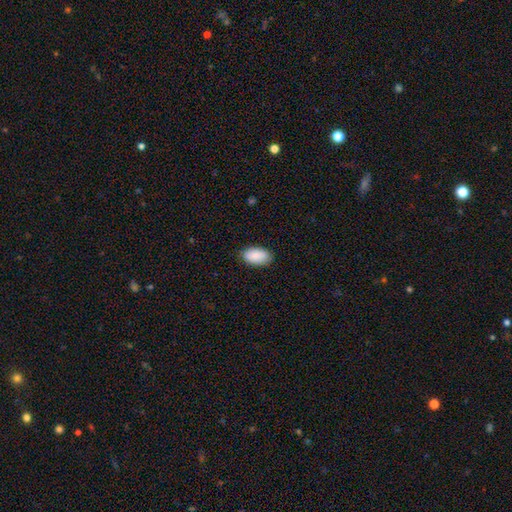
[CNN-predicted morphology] smooth_or_featured: smooth (p=0.89) [alt: star or artifact p=0.06]
how_rounded: in between (p=0.95) [alt: round p=0.03]
merging: none (p=0.86) [alt: minor disturbance p=0.11]